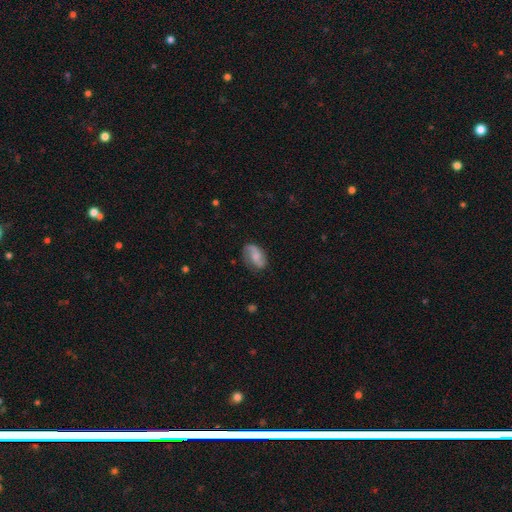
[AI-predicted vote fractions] featured or disk 59%, smooth 34%, star or artifact 7%. Down the decision tree: edge-on disk — no (97%); bar — no (53%); spiral arms — yes (91%); spiral arm count — 2 (83%); spiral winding — loose (48%); bulge size — small (34%); merging — none (72%).